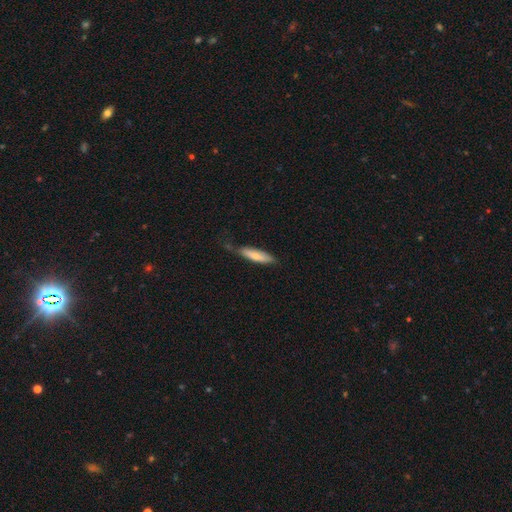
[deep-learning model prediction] Q: Smooth or featured?
A: smooth (72%); runner-up: featured or disk (23%)
Q: How rounded?
A: cigar-shaped (68%); runner-up: in between (31%)
Q: Merging?
A: none (61%); runner-up: minor disturbance (29%)